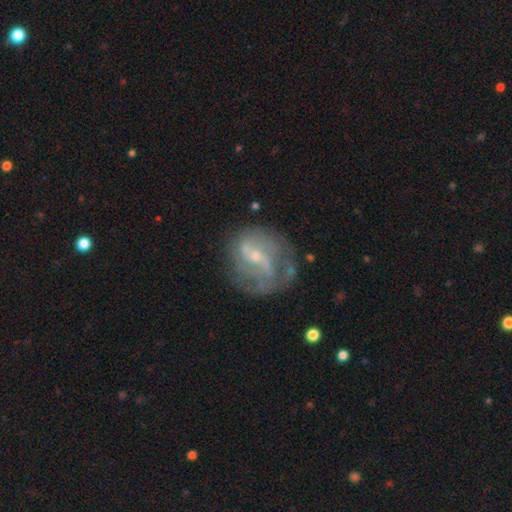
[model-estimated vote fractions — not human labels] Smooth or featured? featured or disk (74%)
Edge-on disk? no (97%)
Bar? weak (52%)
Spiral arms? yes (76%)
Spiral winding? medium (41%)
Spiral arm count? 2 (48%)
Bulge size? small (55%)
Merging? none (55%)